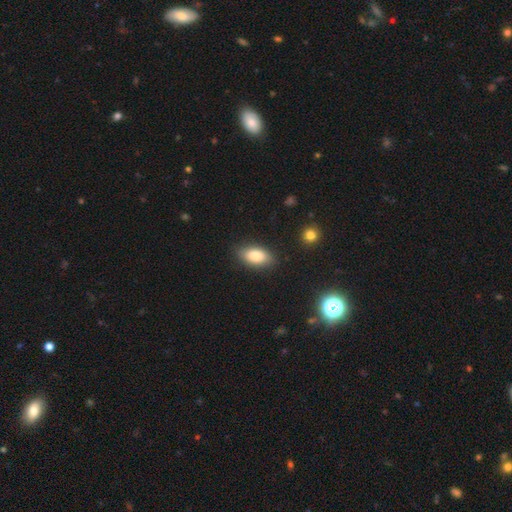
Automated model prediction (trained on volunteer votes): Smooth or featured? smooth (84%)
How rounded? in between (91%)
Merging? none (85%)